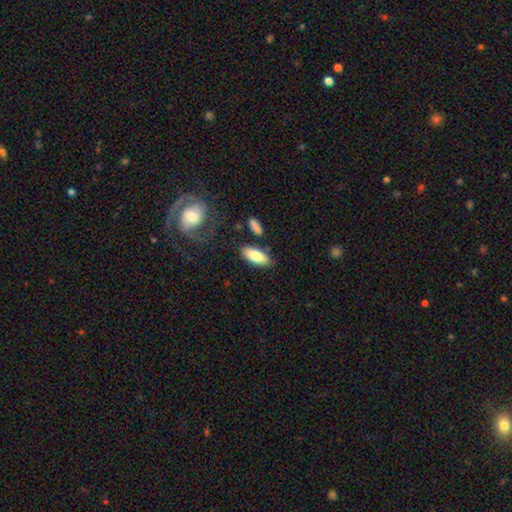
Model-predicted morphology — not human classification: Smooth or featured?
  - smooth: 78% *
  - featured or disk: 15%
  - star or artifact: 6%
How rounded?
  - in between: 82% *
  - cigar-shaped: 16%
  - round: 2%
Merging?
  - none: 81% *
  - minor disturbance: 11%
  - merger: 5%
  - major disturbance: 3%